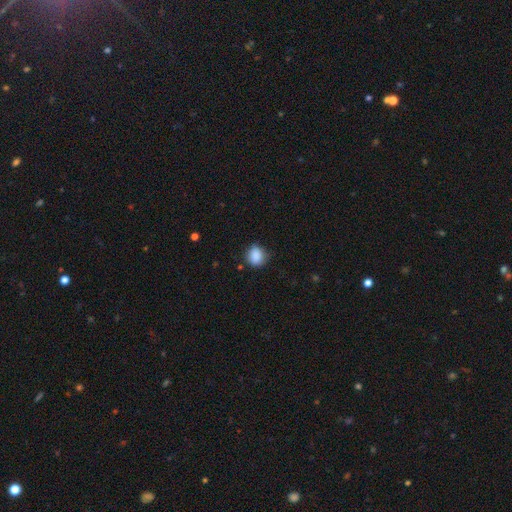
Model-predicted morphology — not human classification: Overall: smooth (87%). How rounded: round (65%; in between 33%). Merging: none (75%).